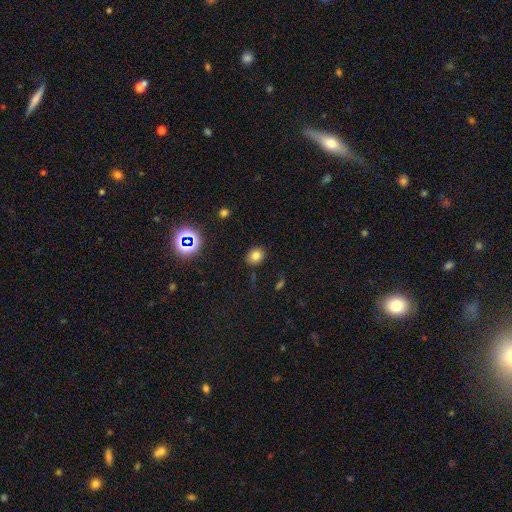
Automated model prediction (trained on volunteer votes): Smooth or featured?
  - smooth: 76% *
  - star or artifact: 16%
  - featured or disk: 8%
How rounded?
  - round: 59% *
  - in between: 40%
  - cigar-shaped: 1%
Merging?
  - none: 86% *
  - minor disturbance: 10%
  - major disturbance: 3%
  - merger: 2%